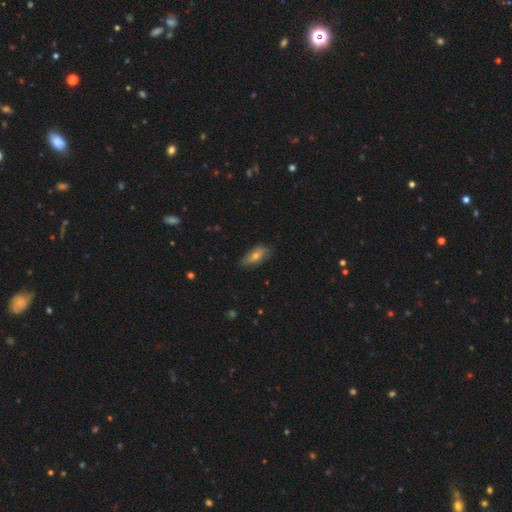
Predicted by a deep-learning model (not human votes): A smooth galaxy with no disk features (62%) that is in between round and cigar-shaped (77%). Merging: none (78%).